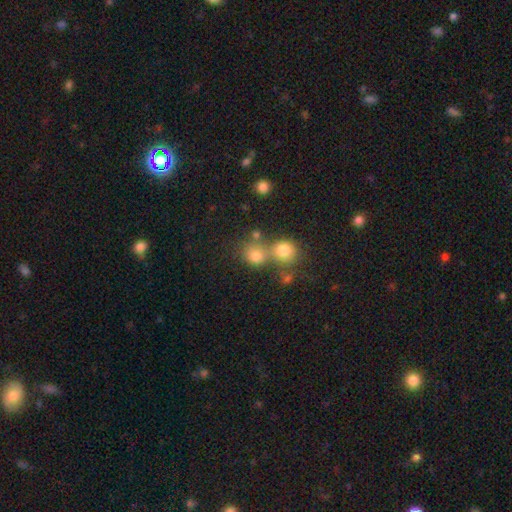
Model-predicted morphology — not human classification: Smooth or featured? Predicted: smooth (p=0.77). How rounded? Predicted: round (p=0.77). Merging? Predicted: merger (p=0.46).